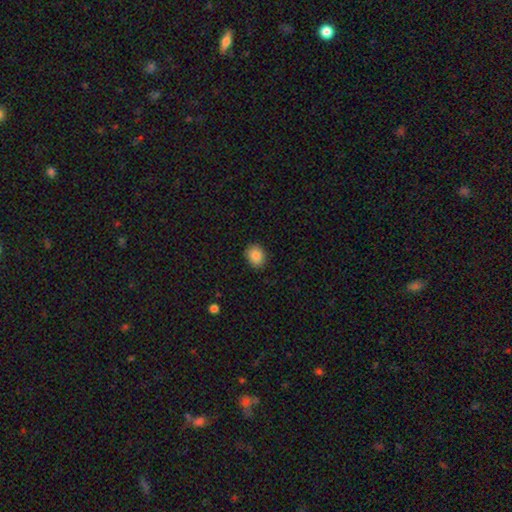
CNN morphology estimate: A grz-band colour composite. It shows a smooth galaxy with no disk features (88%) that is round (54%). Merging: none (88%).